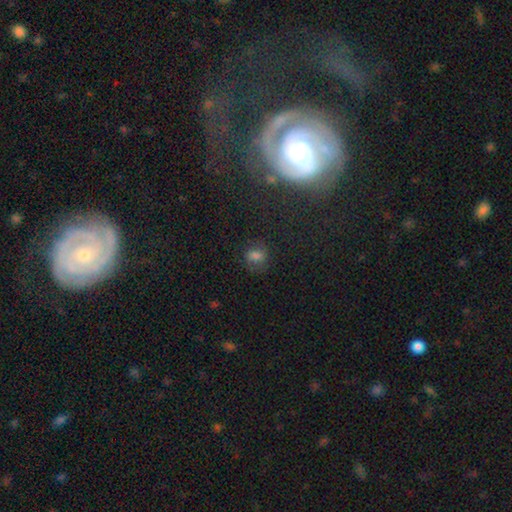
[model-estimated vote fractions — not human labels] A smooth galaxy with no disk features (57%) that is in between round and cigar-shaped (50%).

Vote fractions:
- Smooth or featured? smooth: 57% / star or artifact: 25% / featured or disk: 18%
- How rounded? in between: 50% / round: 48% / cigar-shaped: 2%
- Merging? none: 69% / minor disturbance: 19% / major disturbance: 10% / merger: 2%